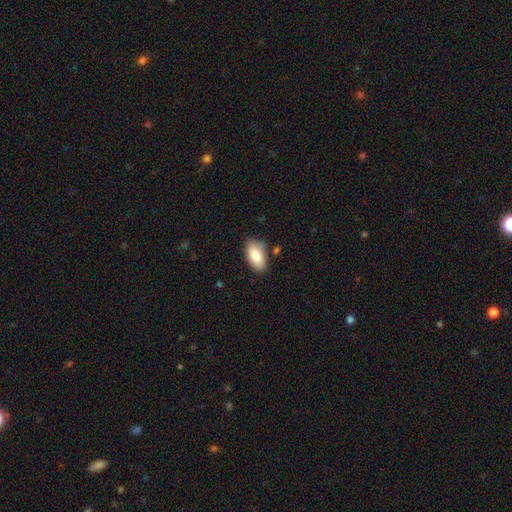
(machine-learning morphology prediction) The model was most divided on "merging": none: 76%, minor disturbance: 16%, merger: 4%, major disturbance: 3%. More confident: how rounded — in between (93%); smooth or featured — smooth (83%).